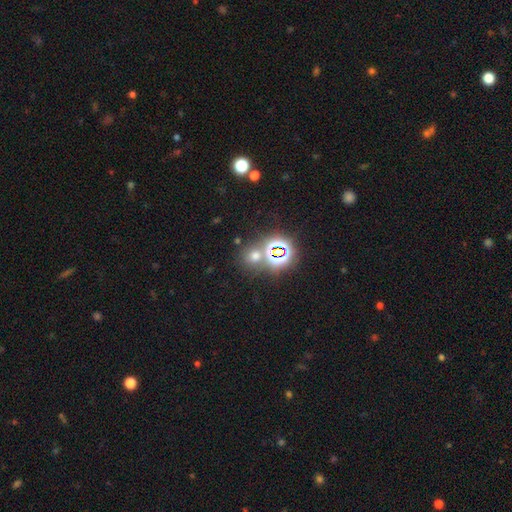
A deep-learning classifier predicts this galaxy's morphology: smooth_or_featured: smooth (p=0.48) [alt: star or artifact p=0.44]
merging: none (p=0.67) [alt: merger p=0.21]